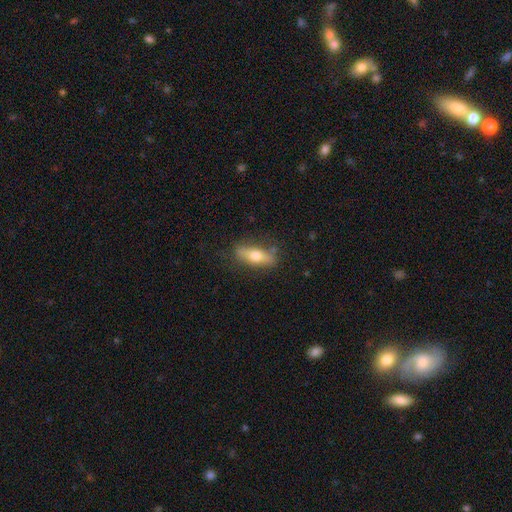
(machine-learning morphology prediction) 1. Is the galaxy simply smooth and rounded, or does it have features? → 56% smooth, 38% featured or disk, 7% star or artifact.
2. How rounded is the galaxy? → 53% in between, 43% cigar-shaped, 4% round.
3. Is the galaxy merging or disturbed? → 79% none, 15% minor disturbance, 4% major disturbance, 2% merger.